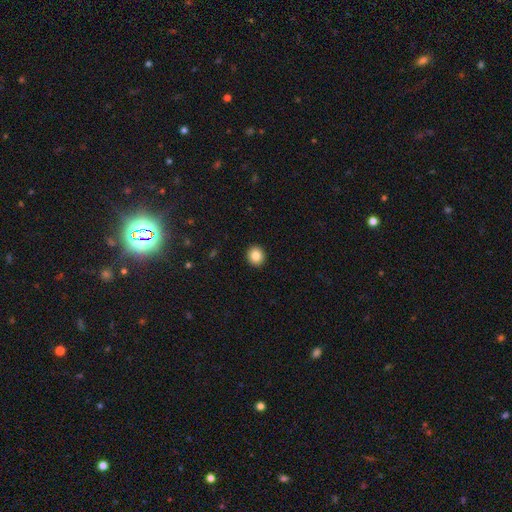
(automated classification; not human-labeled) smooth_or_featured: smooth (p=0.86) [alt: star or artifact p=0.09]
how_rounded: round (p=0.86) [alt: in between p=0.13]
merging: none (p=0.93) [alt: minor disturbance p=0.05]